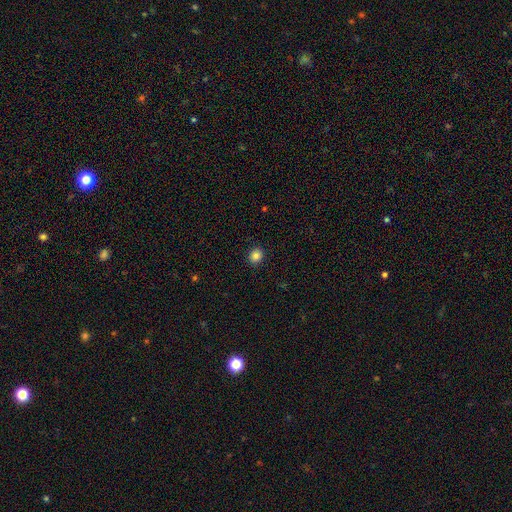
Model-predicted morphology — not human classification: smooth_or_featured: smooth (p=0.85) [alt: star or artifact p=0.11]
how_rounded: round (p=0.72) [alt: in between p=0.27]
merging: none (p=0.91) [alt: minor disturbance p=0.06]